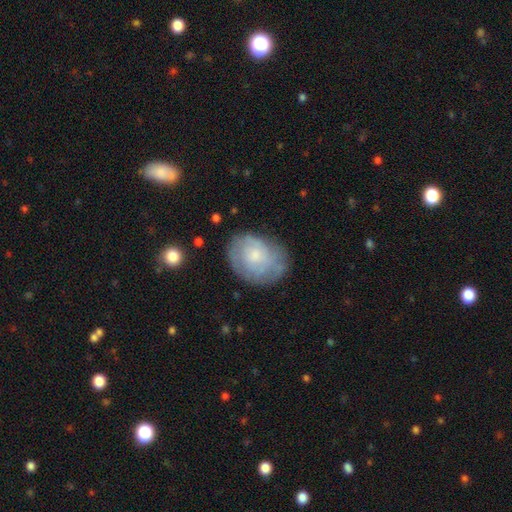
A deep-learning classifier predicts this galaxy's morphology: Smooth or featured?
  - smooth: 49% *
  - featured or disk: 44%
  - star or artifact: 7%
Merging?
  - none: 65% *
  - minor disturbance: 25%
  - major disturbance: 9%
  - merger: 2%